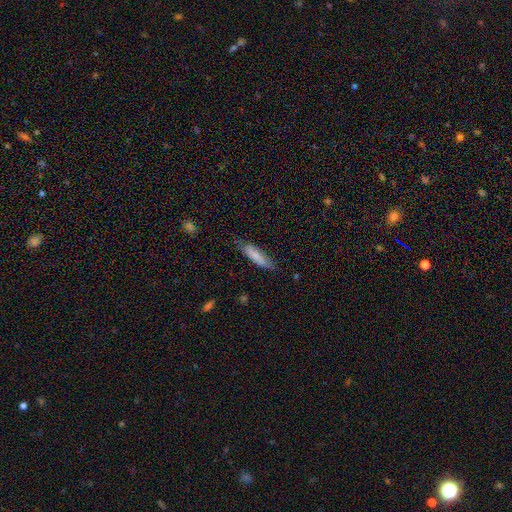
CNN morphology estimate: smooth_or_featured: smooth (p=0.79) [alt: featured or disk p=0.15]
how_rounded: cigar-shaped (p=0.66) [alt: in between p=0.33]
merging: none (p=0.73) [alt: minor disturbance p=0.22]